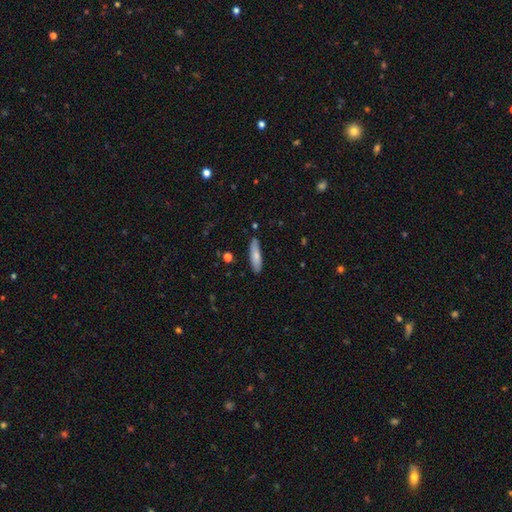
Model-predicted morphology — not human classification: Smooth or featured?
  - smooth: 79% *
  - featured or disk: 15%
  - star or artifact: 6%
How rounded?
  - cigar-shaped: 70% *
  - in between: 29%
  - round: 2%
Merging?
  - none: 86% *
  - minor disturbance: 11%
  - major disturbance: 2%
  - merger: 2%